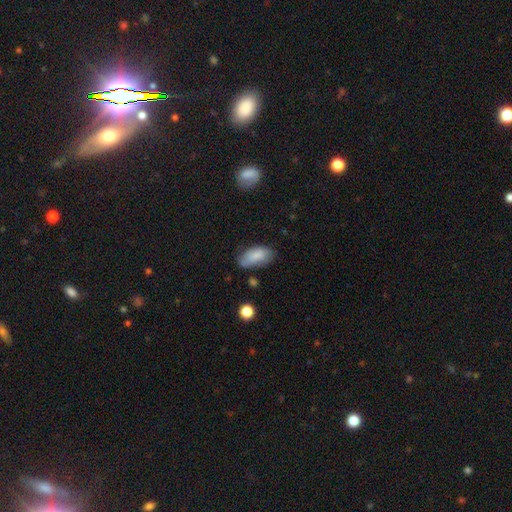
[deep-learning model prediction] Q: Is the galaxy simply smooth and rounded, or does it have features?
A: smooth — 83%.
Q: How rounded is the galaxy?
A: in between — 92%.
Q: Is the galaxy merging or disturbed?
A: none — 66%.